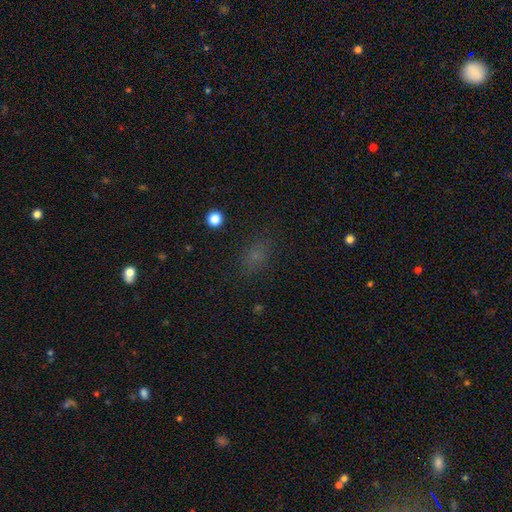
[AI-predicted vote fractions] This is likely a smooth galaxy (64%). How rounded: likely in between (64%). Merging: clearly none (81%).